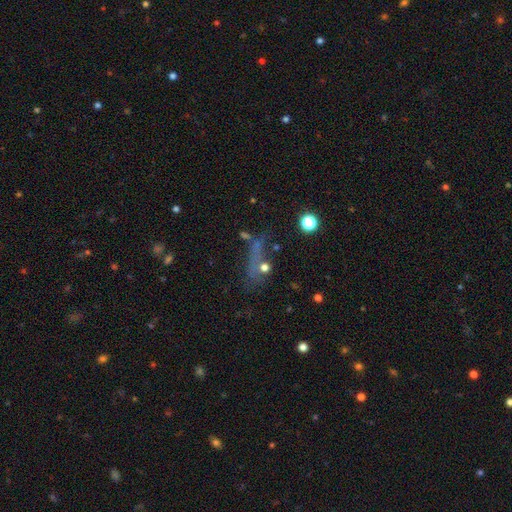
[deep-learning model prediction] Morphology: type=smooth (39%); merging=none (44%).